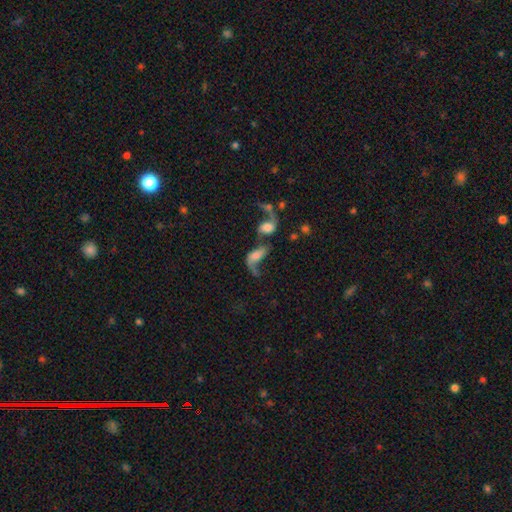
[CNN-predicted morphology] smooth-or-featured: featured or disk: 49% | smooth: 39% | star or artifact: 12%
  merging: merger: 61% | major disturbance: 21% | none: 11% | minor disturbance: 7%